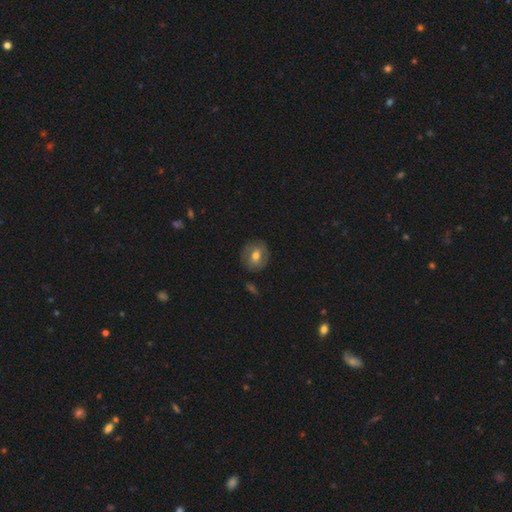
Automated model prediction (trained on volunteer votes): Smooth or featured?
  - smooth: 51% *
  - featured or disk: 42%
  - star or artifact: 8%
How rounded?
  - round: 75% *
  - in between: 24%
  - cigar-shaped: 1%
Merging?
  - none: 82% *
  - minor disturbance: 13%
  - major disturbance: 4%
  - merger: 2%